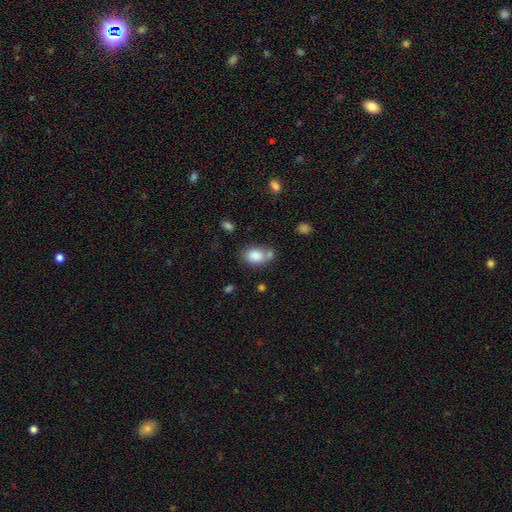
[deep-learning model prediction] Smooth or featured? smooth (84%)
How rounded? in between (75%)
Merging? none (49%)